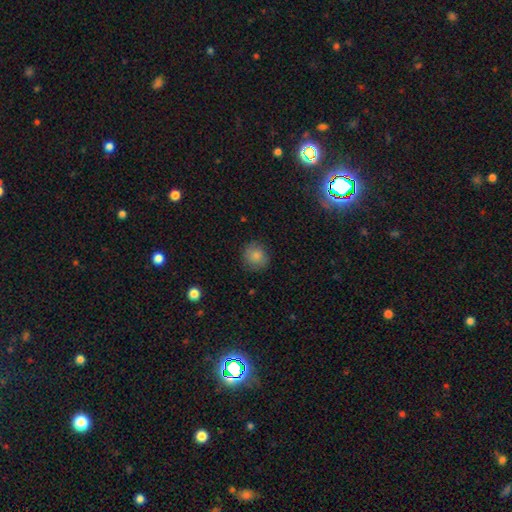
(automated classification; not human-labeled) Smooth or featured: smooth — 84% (star or artifact — 9%)
How rounded: round — 88% (in between — 11%)
Merging: none — 82% (minor disturbance — 13%)